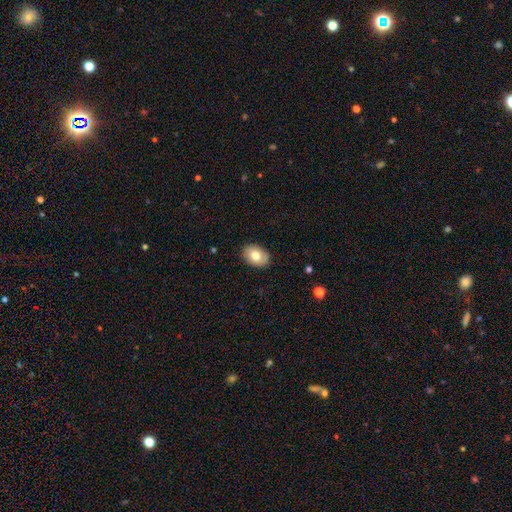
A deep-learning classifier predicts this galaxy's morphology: This is likely a smooth galaxy (76%). How rounded: clearly in between (82%). Merging: clearly none (88%).